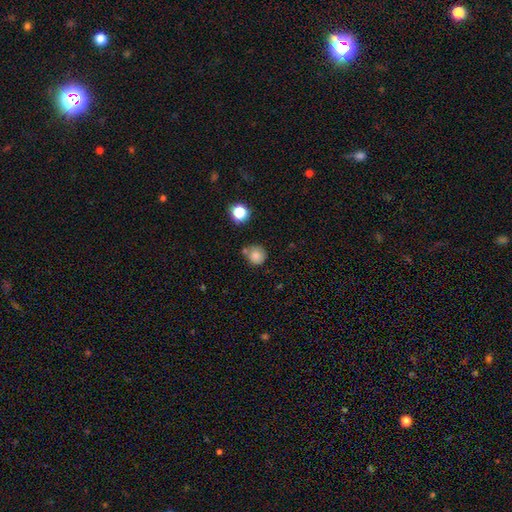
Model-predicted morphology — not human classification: This appears to be a smooth galaxy with no disk features (80%) that is round (90%). Merging: none (63%).